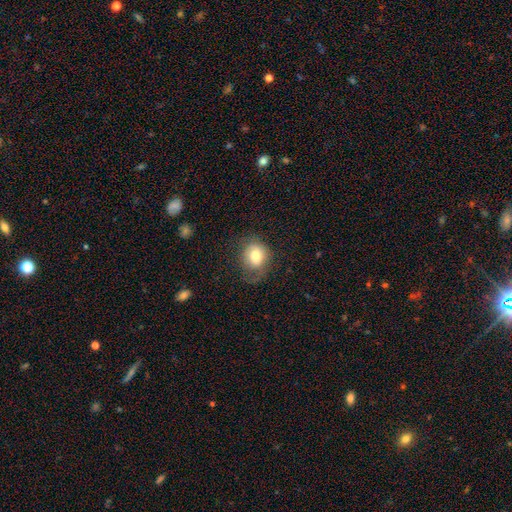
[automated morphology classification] smooth_or_featured: smooth (p=0.75) [alt: featured or disk p=0.16]
how_rounded: round (p=0.54) [alt: in between p=0.45]
merging: none (p=0.53) [alt: minor disturbance p=0.26]